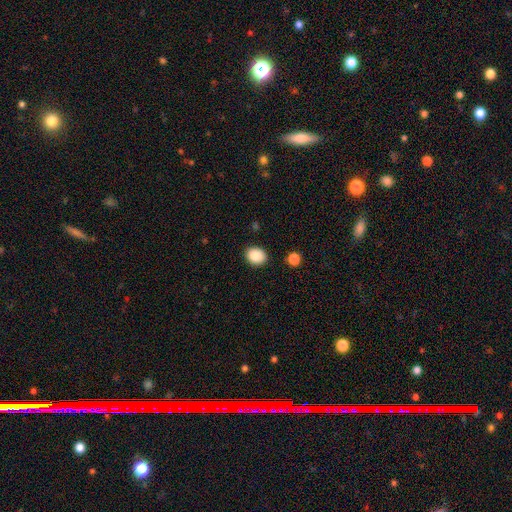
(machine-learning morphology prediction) A smooth galaxy with no disk features (88%) that is in between round and cigar-shaped (51%). Merging: none (88%).